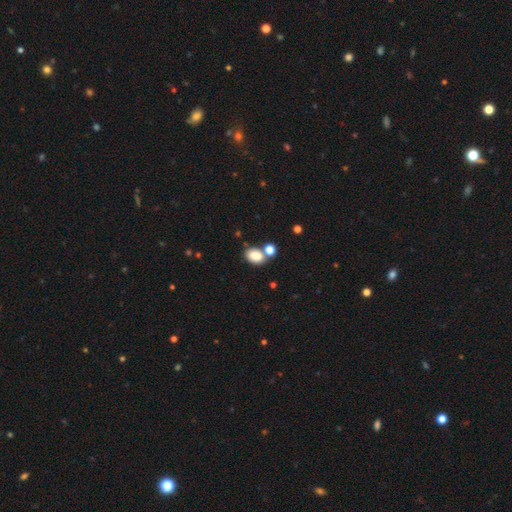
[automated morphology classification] Smooth or featured?
  - smooth: 82% *
  - star or artifact: 11%
  - featured or disk: 7%
How rounded?
  - in between: 77% *
  - round: 22%
  - cigar-shaped: 1%
Merging?
  - none: 55% *
  - merger: 28%
  - minor disturbance: 13%
  - major disturbance: 5%